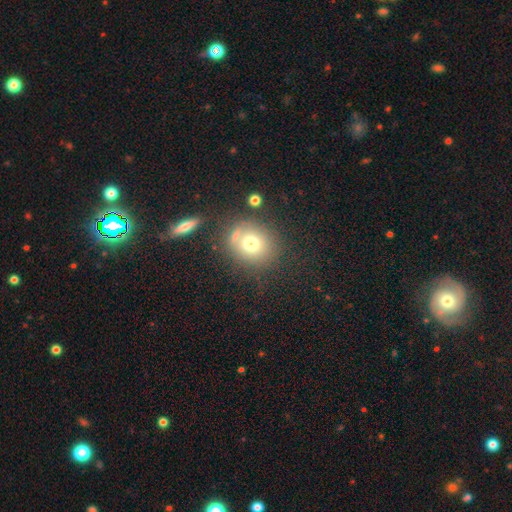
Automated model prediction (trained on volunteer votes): Smooth or featured? smooth (61%)
How rounded? round (76%)
Merging? none (73%)